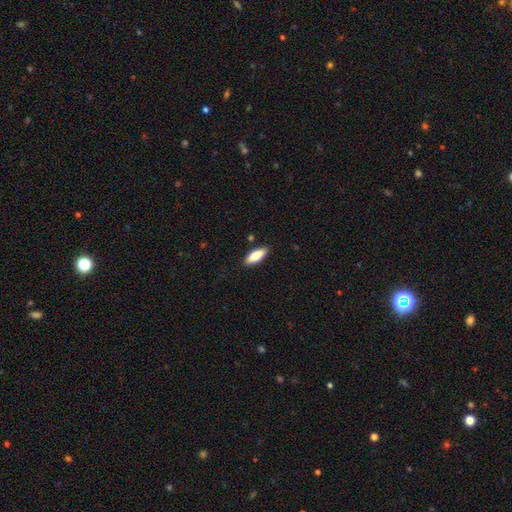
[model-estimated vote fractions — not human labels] smooth-or-featured: smooth: 77% | featured or disk: 17% | star or artifact: 6%
  how-rounded: in between: 66% | cigar-shaped: 32% | round: 2%
  merging: none: 87% | minor disturbance: 9% | major disturbance: 2% | merger: 2%